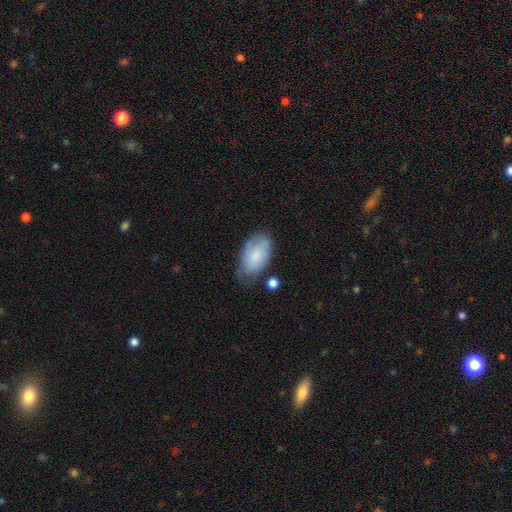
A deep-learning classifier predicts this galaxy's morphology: A smooth galaxy with no disk features (72%) that is in between round and cigar-shaped (93%). Merging: none (56%).